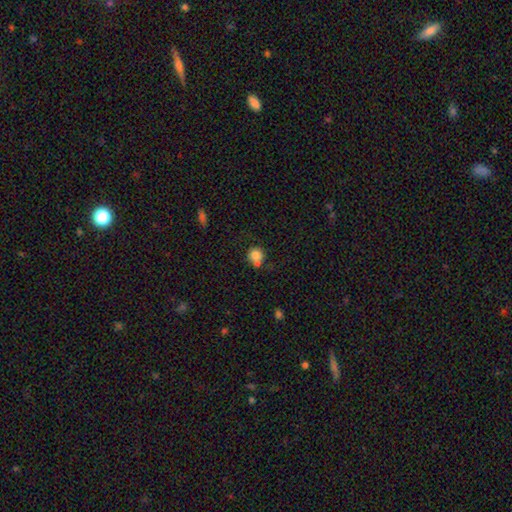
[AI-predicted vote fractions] Morphology: type=smooth (80%); roundness=round (87%); merging=none (53%).